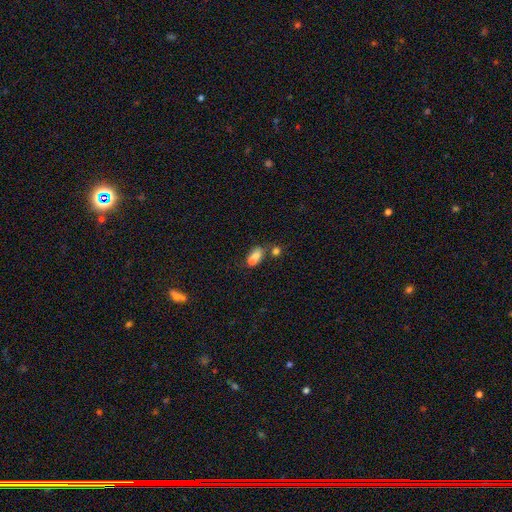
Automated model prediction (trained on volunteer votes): The model was most divided on "merging": merger: 45%, none: 33%, minor disturbance: 14%, major disturbance: 8%. More confident: how rounded — in between (75%); smooth or featured — smooth (72%).